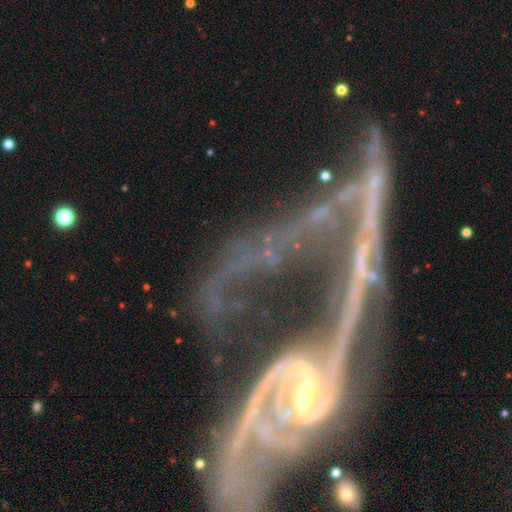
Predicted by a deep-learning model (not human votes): A featured or disk galaxy (82%) with a strong bar (36%), 2 (54%) loose (51%) spiral arms (87%) and a small central bulge (56%).

Vote fractions:
- Smooth or featured? featured or disk: 82% / star or artifact: 12% / smooth: 6%
- Edge-on disk? no: 92% / yes: 8%
- Bar? strong: 36% / weak: 32% / no: 32%
- Spiral arms? yes: 87% / no: 13%
- Spiral winding? loose: 51% / medium: 31% / tight: 18%
- Spiral arm count? 2: 54% / can't tell: 16% / 3: 9% / 1: 8% / 4: 6% / more than 4: 6%
- Bulge size? small: 56% / moderate: 29% / none: 9% / large: 4% / dominant: 2%
- Merging? major disturbance: 42% / none: 24% / merger: 22% / minor disturbance: 12%